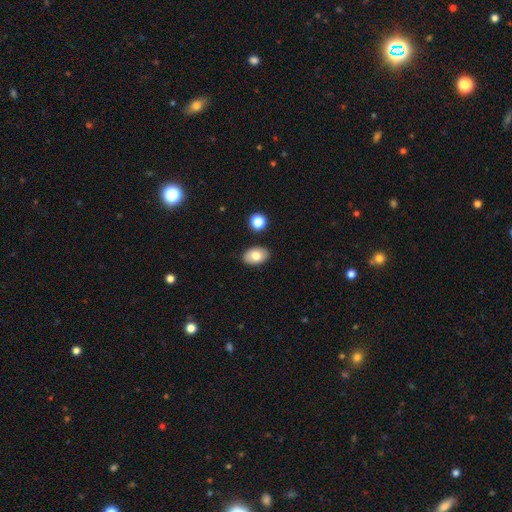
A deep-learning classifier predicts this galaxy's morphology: Q: Smooth or featured?
A: smooth (79%); runner-up: featured or disk (14%)
Q: How rounded?
A: in between (88%); runner-up: round (11%)
Q: Merging?
A: none (87%); runner-up: minor disturbance (8%)